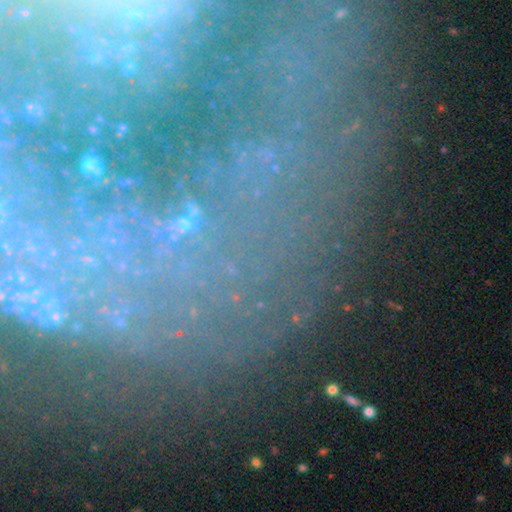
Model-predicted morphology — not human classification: Smooth or featured? Predicted: star or artifact (p=0.49).